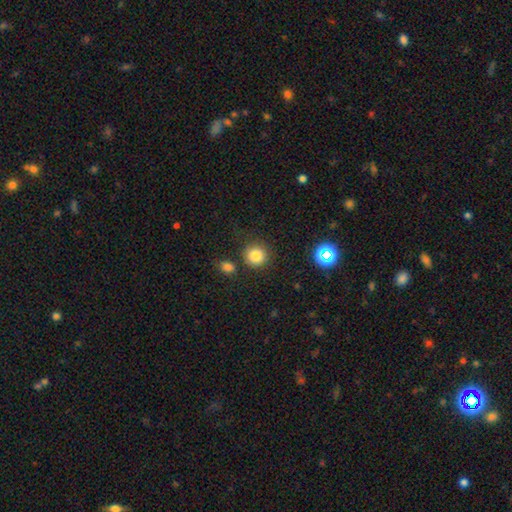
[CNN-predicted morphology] smooth 82%, star or artifact 12%, featured or disk 5%. Down the decision tree: how rounded — round (93%); merging — none (83%).